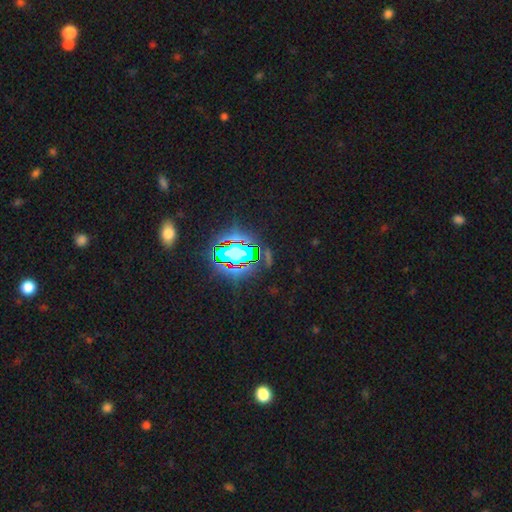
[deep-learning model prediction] A star or artifact, not a galaxy (81%).

Vote fractions:
- Smooth or featured? star or artifact: 81% / smooth: 11% / featured or disk: 8%